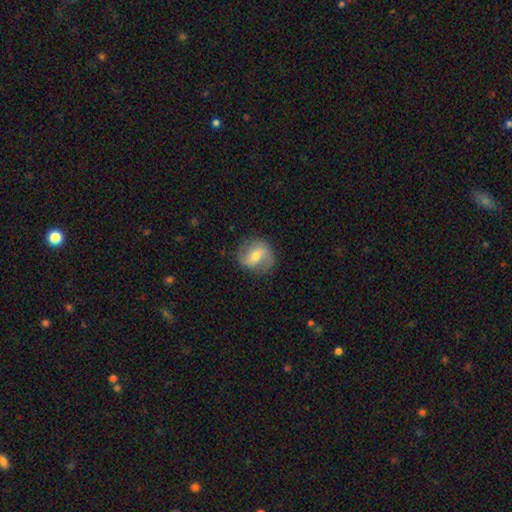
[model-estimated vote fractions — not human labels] Overall: featured or disk (59%; smooth 34%). Edge-on disk: no (96%). Bar: weak (46%; no 32%). Spiral arms: yes (84%). Bulge size: moderate (62%; small 31%). Merging: none (76%).